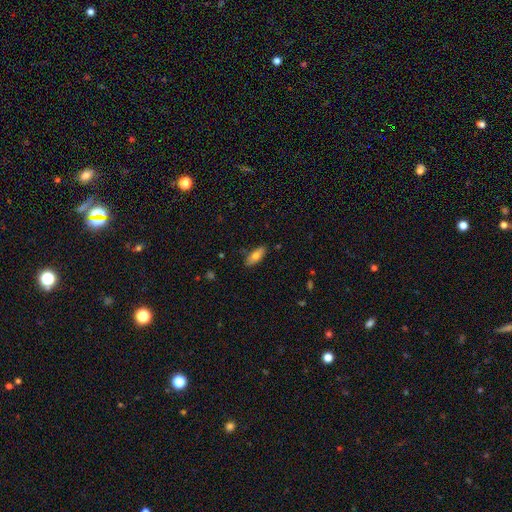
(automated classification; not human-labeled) Overall: smooth (71%). How rounded: in between (77%). Merging: none (82%).